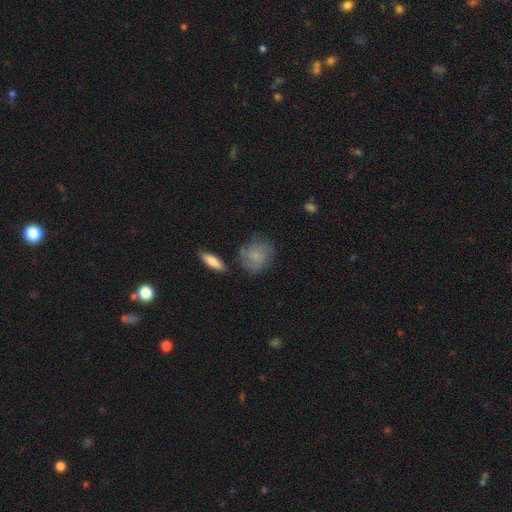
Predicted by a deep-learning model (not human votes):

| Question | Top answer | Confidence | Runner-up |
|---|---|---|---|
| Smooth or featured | smooth | 77% | featured or disk (15%) |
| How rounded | round | 67% | in between (31%) |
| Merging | none | 67% | minor disturbance (22%) |